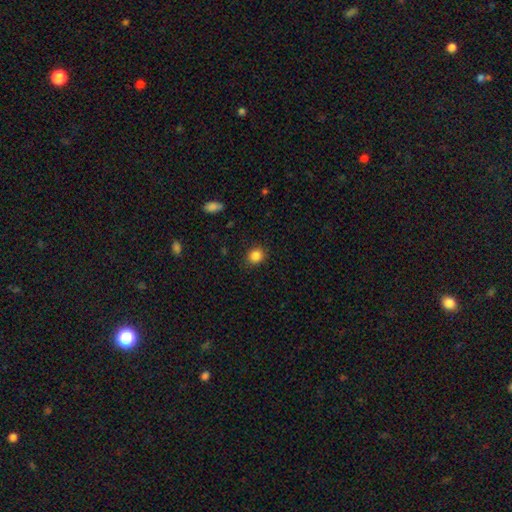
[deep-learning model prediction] smooth_or_featured: smooth (p=0.85) [alt: star or artifact p=0.11]
how_rounded: round (p=0.78) [alt: in between p=0.21]
merging: none (p=0.88) [alt: minor disturbance p=0.08]